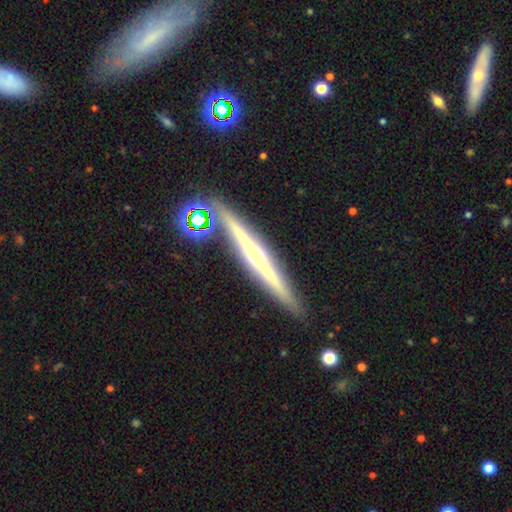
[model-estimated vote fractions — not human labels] This appears to be a featured or disk galaxy (79%) viewed edge-on (98%) with a rounded central bulge (83%). Merging: none (84%).